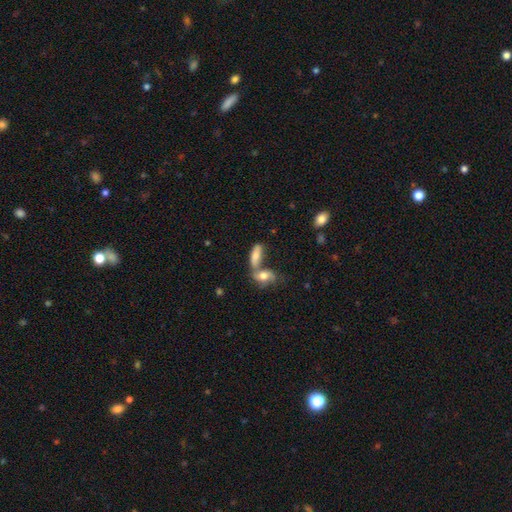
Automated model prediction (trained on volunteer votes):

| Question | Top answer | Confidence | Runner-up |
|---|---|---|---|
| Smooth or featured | smooth | 67% | featured or disk (24%) |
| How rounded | in between | 70% | cigar-shaped (25%) |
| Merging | merger | 59% | none (26%) |